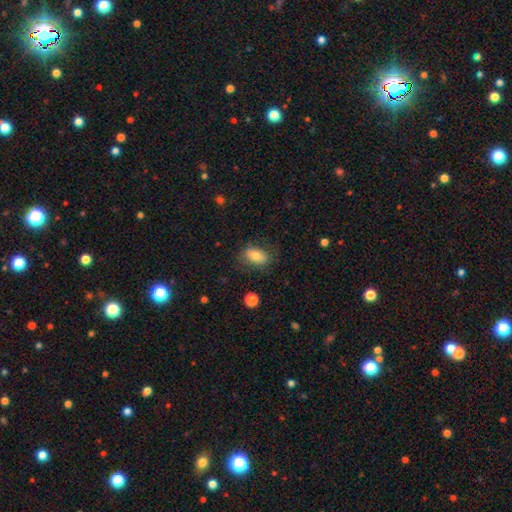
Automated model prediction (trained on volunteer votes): Morphology: type=smooth (79%); roundness=in between (89%); merging=none (70%).